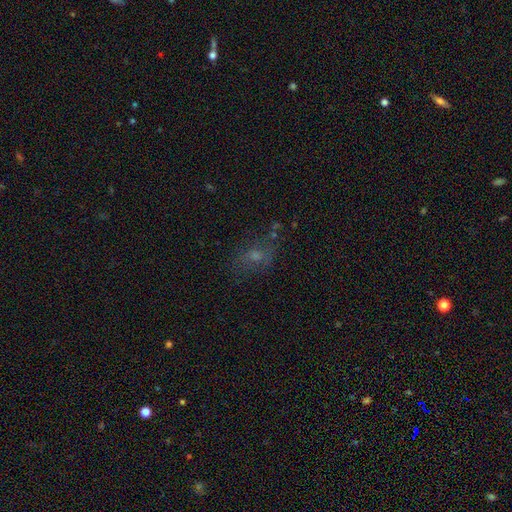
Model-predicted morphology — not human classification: Smooth or featured: smooth — 44% (featured or disk — 29%)
Merging: none — 59% (minor disturbance — 21%)